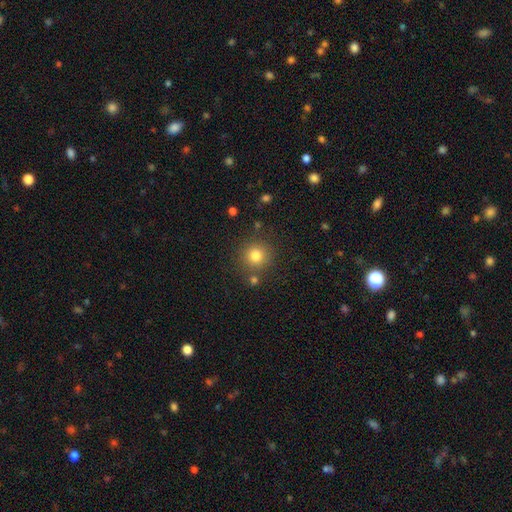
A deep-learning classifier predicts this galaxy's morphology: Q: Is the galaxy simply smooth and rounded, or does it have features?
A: smooth — 80%.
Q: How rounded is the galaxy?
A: round — 92%.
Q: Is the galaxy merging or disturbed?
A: none — 82%.